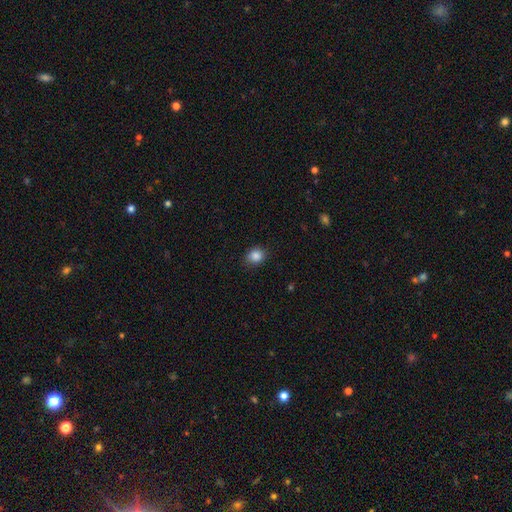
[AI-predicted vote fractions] Overall: smooth (86%). How rounded: round (60%; in between 39%). Merging: none (85%).